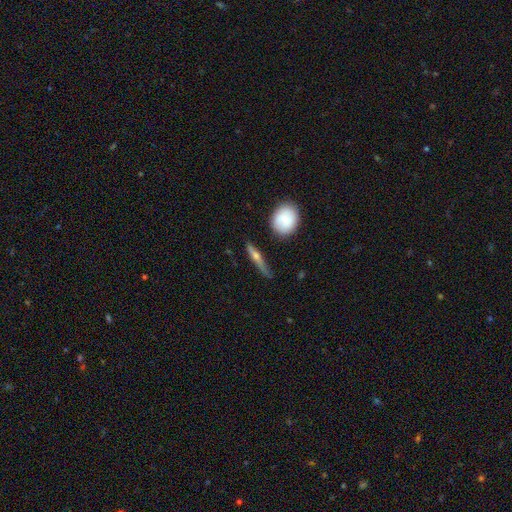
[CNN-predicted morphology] This is possibly a featured or disk galaxy (55%). It is clearly viewed edge-on (92%). Edge-on bulge: clearly rounded (86%). Merging: likely none (76%).